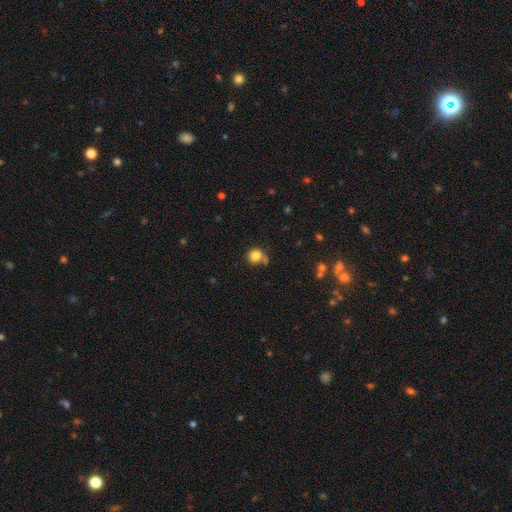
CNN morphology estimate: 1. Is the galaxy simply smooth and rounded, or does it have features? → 81% smooth, 11% star or artifact, 8% featured or disk.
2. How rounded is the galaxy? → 84% round, 15% in between, 1% cigar-shaped.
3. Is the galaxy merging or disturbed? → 56% none, 21% minor disturbance, 12% merger, 11% major disturbance.